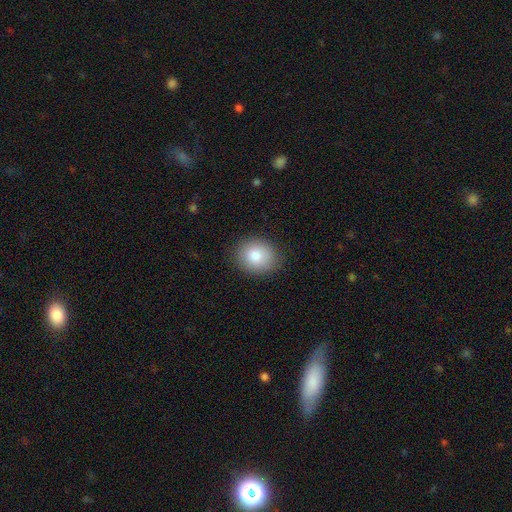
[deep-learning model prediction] Morphology: type=smooth (83%); roundness=round (64%); merging=none (87%).